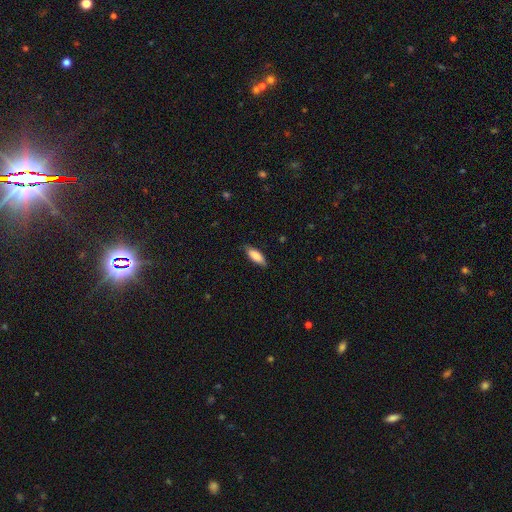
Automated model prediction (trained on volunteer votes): Smooth or featured? smooth (84%)
How rounded? in between (66%)
Merging? none (81%)